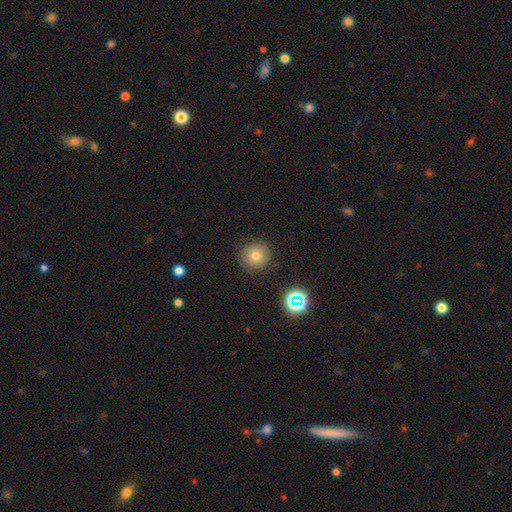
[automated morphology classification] type=smooth (71%); roundness=round (93%); merging=none (88%).